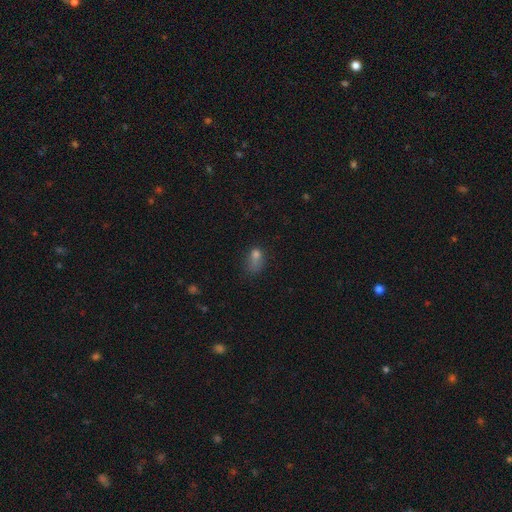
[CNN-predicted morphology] Q: Smooth or featured?
A: smooth (66%); runner-up: star or artifact (18%)
Q: How rounded?
A: in between (70%); runner-up: round (25%)
Q: Merging?
A: major disturbance (32%); runner-up: none (31%)